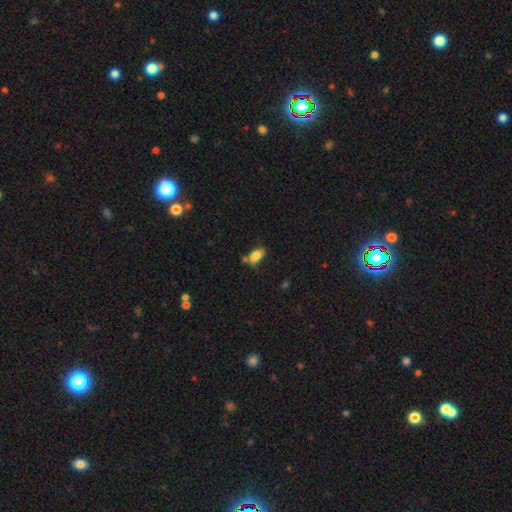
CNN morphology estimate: Smooth or featured? smooth (82%)
How rounded? in between (88%)
Merging? none (54%)